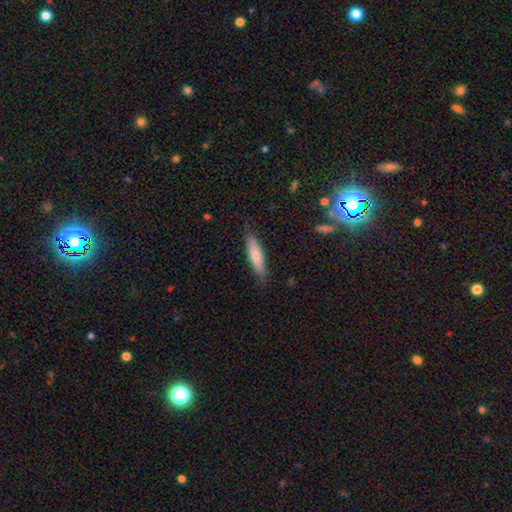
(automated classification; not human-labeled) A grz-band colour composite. It shows a smooth galaxy with no disk features (75%) that is cigar-shaped (74%). Merging: none (82%).